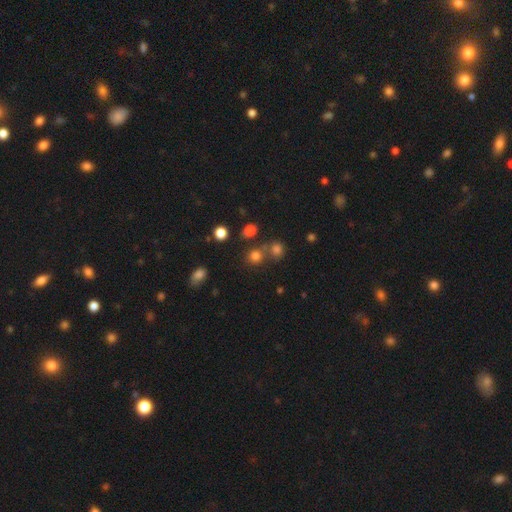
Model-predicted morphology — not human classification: Q: Smooth or featured?
A: smooth (76%); runner-up: star or artifact (17%)
Q: How rounded?
A: round (82%); runner-up: in between (17%)
Q: Merging?
A: none (65%); runner-up: merger (21%)